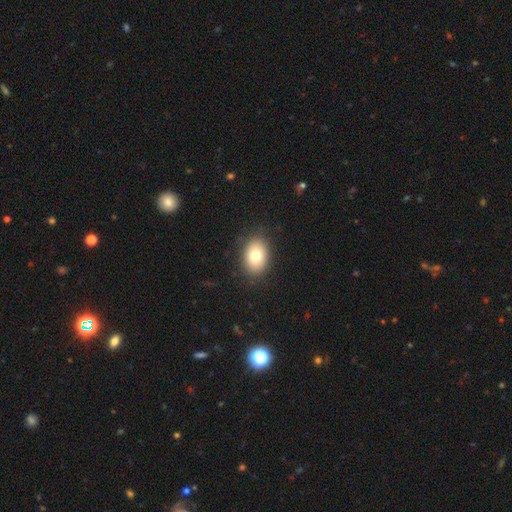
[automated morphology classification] smooth 78%, featured or disk 13%, star or artifact 9%. Down the decision tree: how rounded — in between (73%); merging — none (88%).